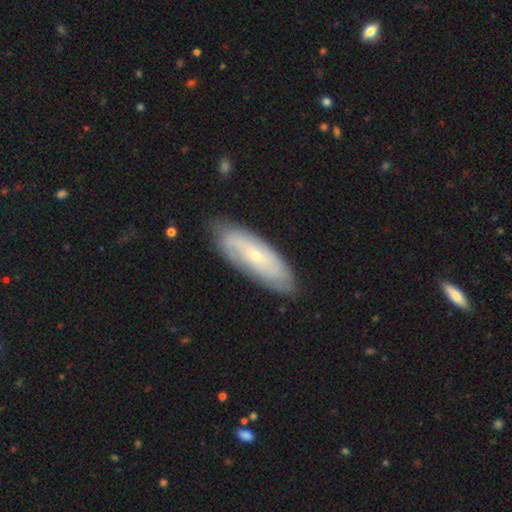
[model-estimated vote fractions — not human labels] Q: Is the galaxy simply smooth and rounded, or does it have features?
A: featured or disk — 57%.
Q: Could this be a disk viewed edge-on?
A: no — 80%.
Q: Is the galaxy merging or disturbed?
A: none — 79%.